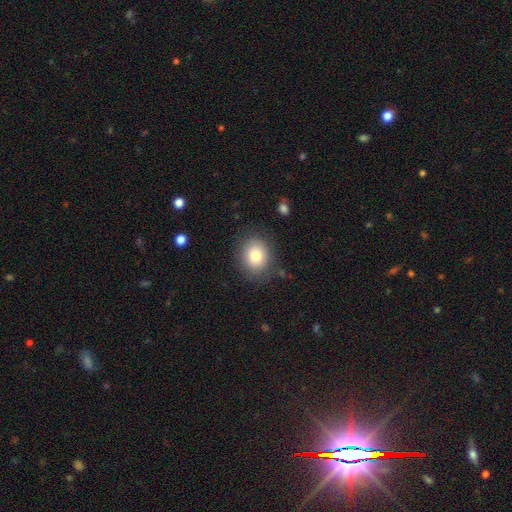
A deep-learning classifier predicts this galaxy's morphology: This is likely a smooth galaxy (79%). How rounded: likely round (66%). Merging: clearly none (83%).